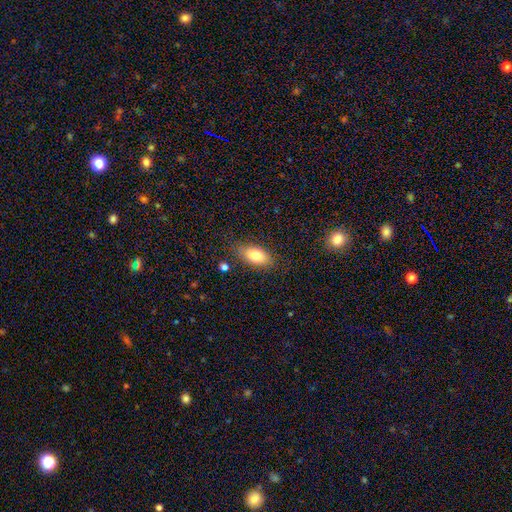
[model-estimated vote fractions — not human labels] smooth_or_featured: smooth (p=0.81) [alt: featured or disk p=0.12]
how_rounded: in between (p=0.90) [alt: cigar-shaped p=0.06]
merging: none (p=0.79) [alt: minor disturbance p=0.14]